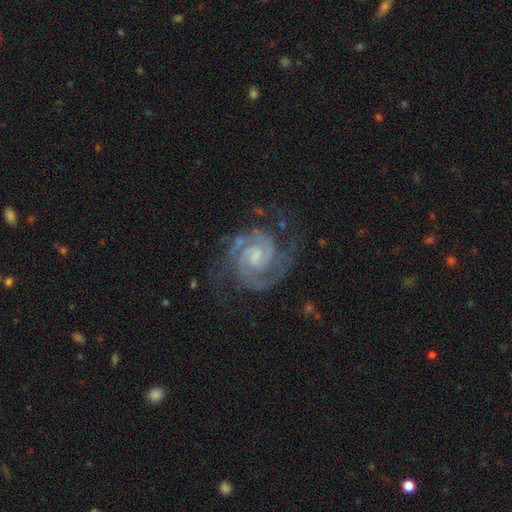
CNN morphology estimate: Overall: featured or disk (93%). Edge-on disk: no (98%). Bar: weak (50%; no 37%). Spiral arms: yes (99%). Spiral arm count: 2 (84%). Spiral winding: tight (63%; medium 34%). Bulge size: small (48%; moderate 29%). Merging: none (73%).